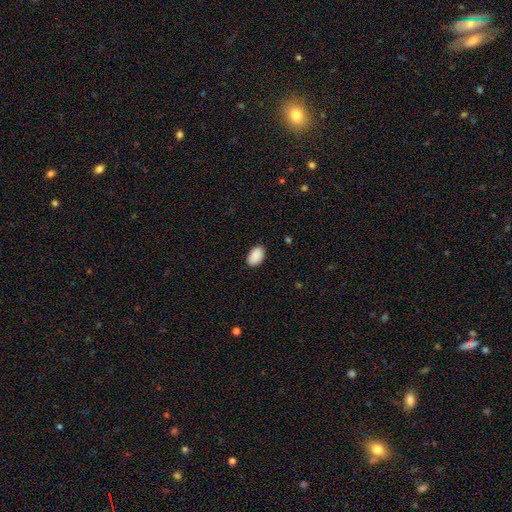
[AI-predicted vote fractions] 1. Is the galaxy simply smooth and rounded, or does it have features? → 91% smooth, 6% star or artifact, 3% featured or disk.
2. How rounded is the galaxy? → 92% in between, 7% round, 1% cigar-shaped.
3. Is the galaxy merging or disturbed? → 87% none, 10% minor disturbance, 2% major disturbance, 1% merger.